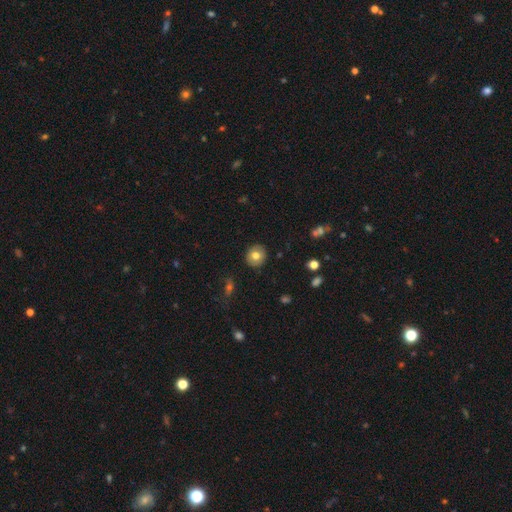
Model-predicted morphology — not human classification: Overall: smooth (76%). How rounded: round (87%). Merging: none (90%).